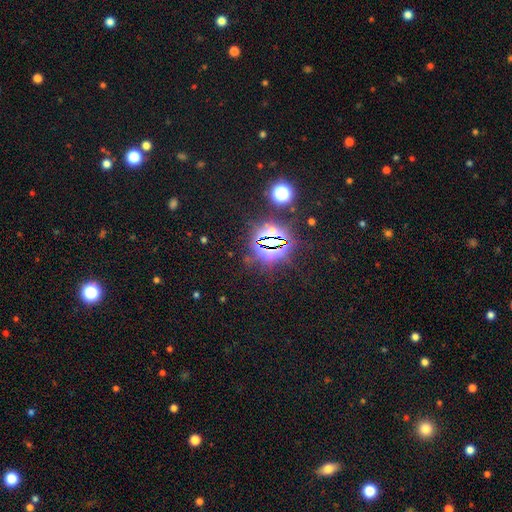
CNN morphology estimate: Q: Smooth or featured?
A: star or artifact (81%); runner-up: smooth (12%)